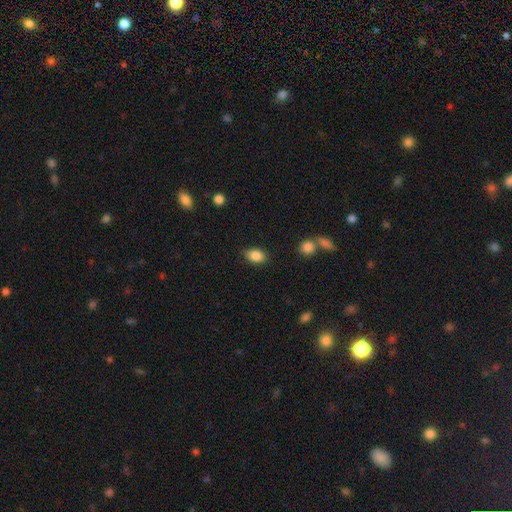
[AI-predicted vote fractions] Smooth or featured: smooth — 87% (star or artifact — 8%)
How rounded: in between — 83% (round — 16%)
Merging: none — 83% (minor disturbance — 13%)